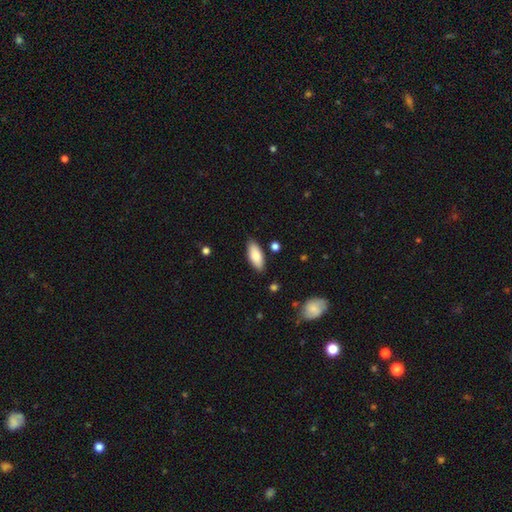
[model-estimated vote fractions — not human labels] Q: Smooth or featured?
A: smooth (83%); runner-up: featured or disk (11%)
Q: How rounded?
A: in between (80%); runner-up: cigar-shaped (18%)
Q: Merging?
A: none (86%); runner-up: minor disturbance (10%)